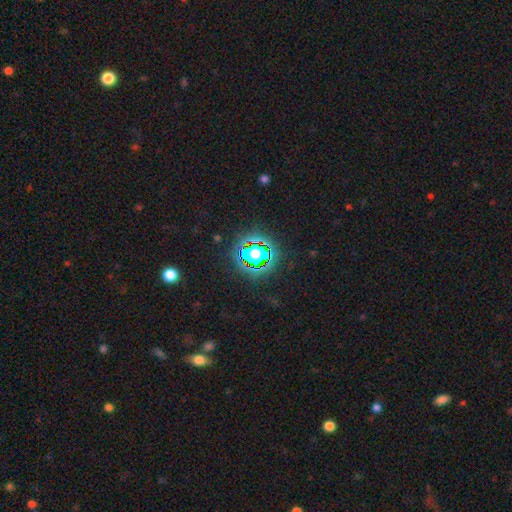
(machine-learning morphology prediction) type=star or artifact (79%).